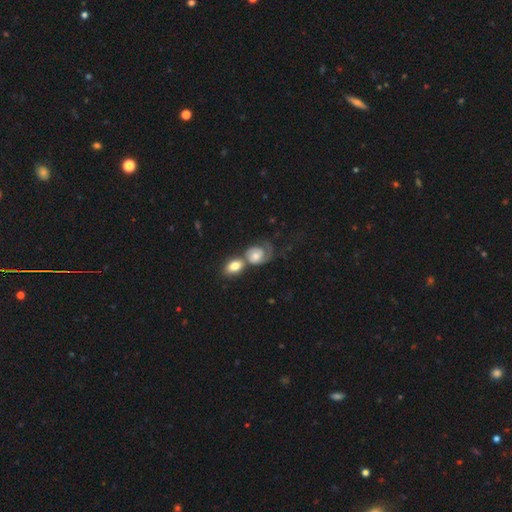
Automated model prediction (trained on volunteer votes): Smooth or featured? Predicted: featured or disk (p=0.56). Edge-on disk? Predicted: no (p=0.97). Bar? Predicted: no (p=0.75). Spiral arms? Predicted: yes (p=0.83). Bulge size? Predicted: moderate (p=0.55). Merging? Predicted: merger (p=0.50).